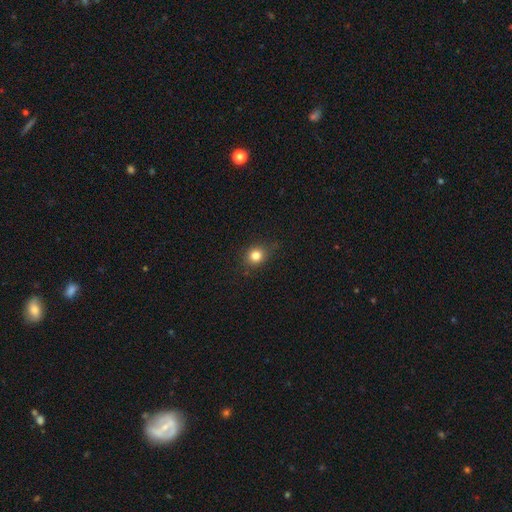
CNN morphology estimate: A smooth galaxy with no disk features (82%) that is round (76%). Merging: none (83%).